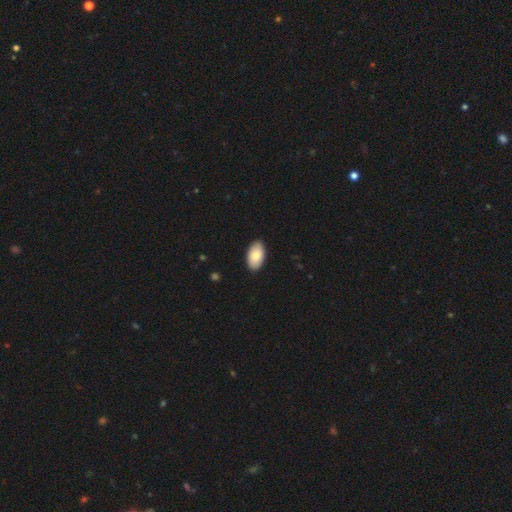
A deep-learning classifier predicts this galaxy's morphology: This is clearly a smooth galaxy (82%). How rounded: clearly in between (95%). Merging: clearly none (89%).